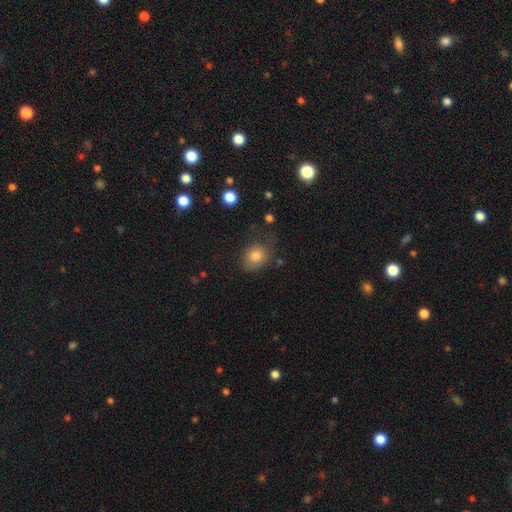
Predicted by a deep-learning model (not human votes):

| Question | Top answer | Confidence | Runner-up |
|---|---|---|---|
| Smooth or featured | smooth | 79% | featured or disk (11%) |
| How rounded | in between | 55% | round (44%) |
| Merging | none | 59% | minor disturbance (26%) |